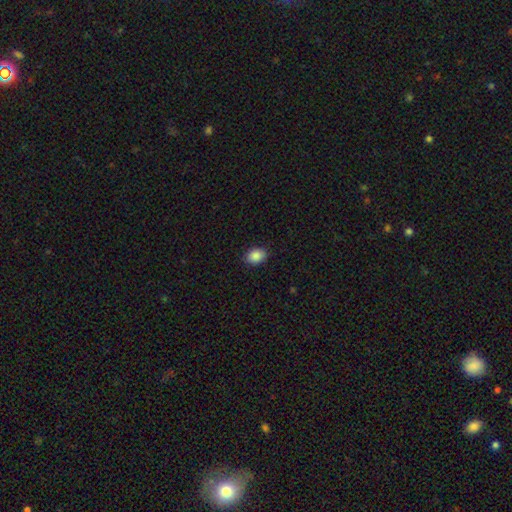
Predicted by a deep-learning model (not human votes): smooth_or_featured: smooth (p=0.88) [alt: star or artifact p=0.08]
how_rounded: in between (p=0.67) [alt: round p=0.32]
merging: none (p=0.88) [alt: minor disturbance p=0.09]